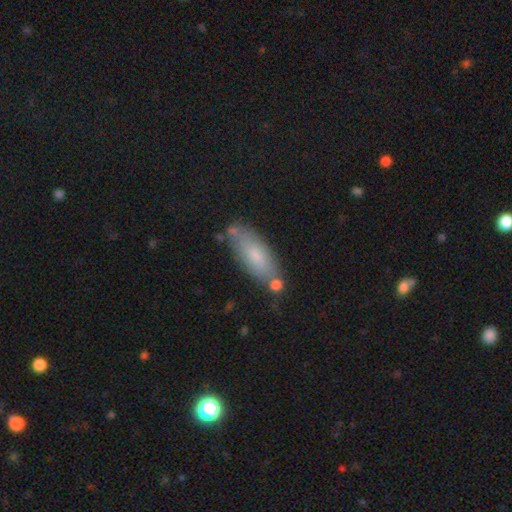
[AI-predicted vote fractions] A smooth galaxy with no disk features (73%) that is in between round and cigar-shaped (71%). Merging: none (68%).